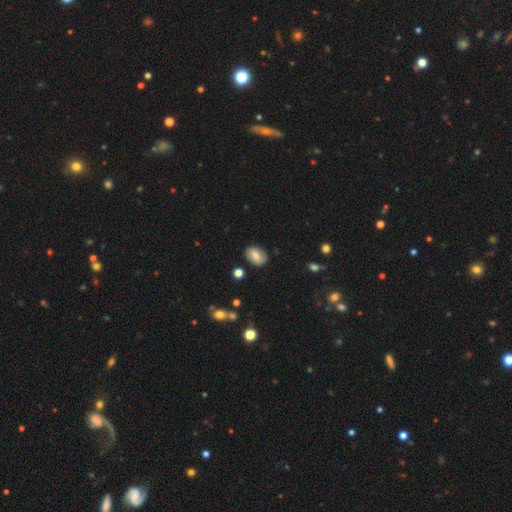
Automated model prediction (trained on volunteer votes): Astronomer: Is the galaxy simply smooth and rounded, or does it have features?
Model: smooth — 67%.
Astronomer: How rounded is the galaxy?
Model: in between — 79%.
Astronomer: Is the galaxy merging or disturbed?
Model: none — 82%.